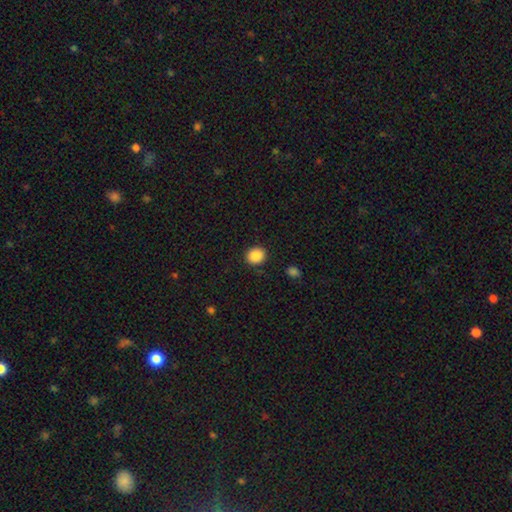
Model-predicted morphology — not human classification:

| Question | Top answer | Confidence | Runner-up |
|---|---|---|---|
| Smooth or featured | smooth | 88% | star or artifact (9%) |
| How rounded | round | 78% | in between (21%) |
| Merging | none | 89% | minor disturbance (7%) |